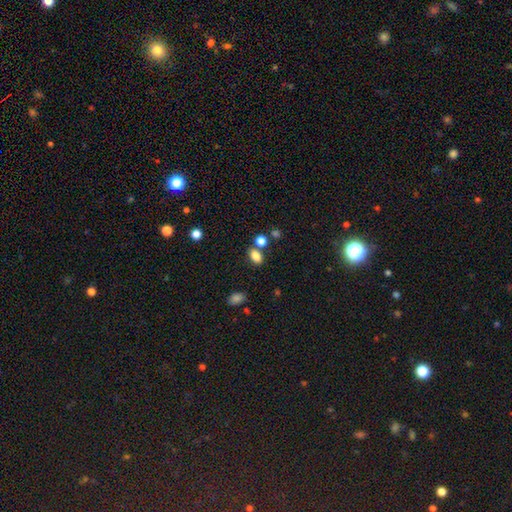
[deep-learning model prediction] A smooth galaxy with no disk features (83%) that is in between round and cigar-shaped (84%). Merging: none (69%).